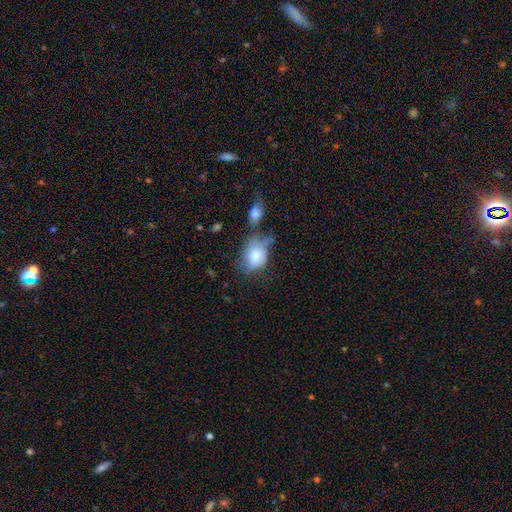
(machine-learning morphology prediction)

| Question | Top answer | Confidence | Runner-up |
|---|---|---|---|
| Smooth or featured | smooth | 73% | featured or disk (18%) |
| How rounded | in between | 68% | round (30%) |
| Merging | none | 30% | minor disturbance (26%) |